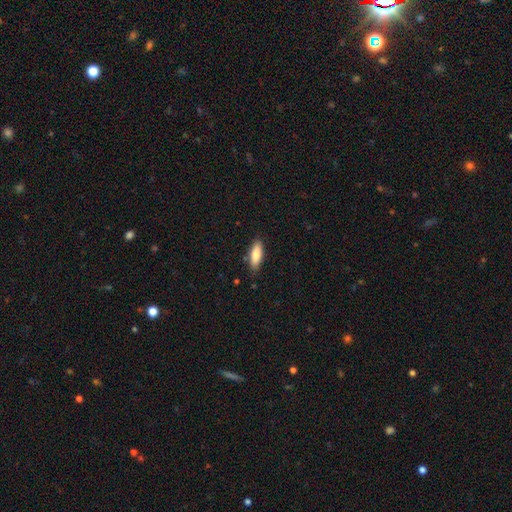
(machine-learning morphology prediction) Smooth or featured? smooth (81%)
How rounded? in between (64%)
Merging? none (84%)